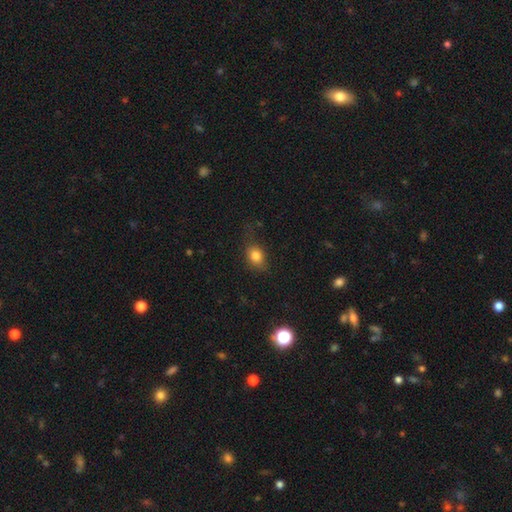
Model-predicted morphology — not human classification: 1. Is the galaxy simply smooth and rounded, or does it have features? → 81% smooth, 11% star or artifact, 8% featured or disk.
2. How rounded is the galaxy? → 58% in between, 40% round, 2% cigar-shaped.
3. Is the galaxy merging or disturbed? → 66% none, 23% minor disturbance, 9% major disturbance, 2% merger.